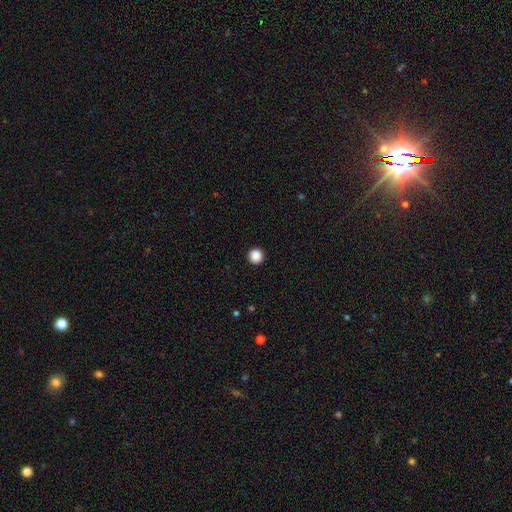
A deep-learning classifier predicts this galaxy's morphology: type=smooth (88%); roundness=round (97%); merging=none (94%).